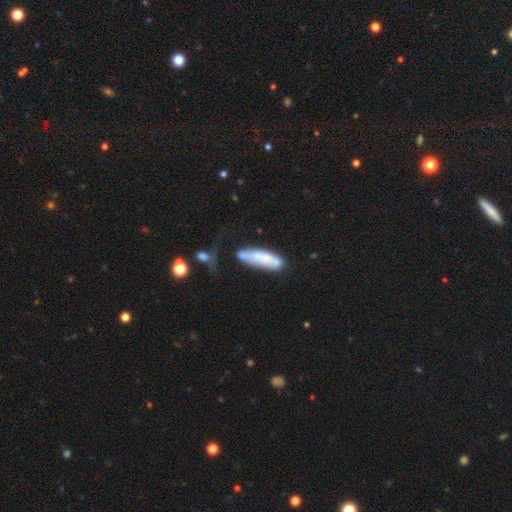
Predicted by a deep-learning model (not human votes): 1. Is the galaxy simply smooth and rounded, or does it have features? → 59% smooth, 35% featured or disk, 6% star or artifact.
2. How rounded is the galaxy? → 60% cigar-shaped, 38% in between, 2% round.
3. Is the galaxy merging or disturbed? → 46% none, 26% minor disturbance, 15% merger, 13% major disturbance.